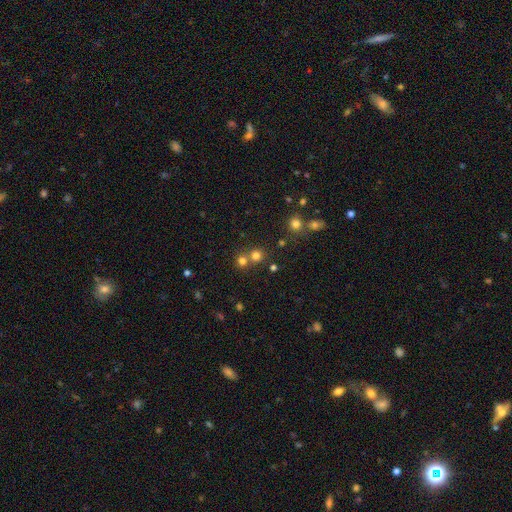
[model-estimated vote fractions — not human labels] Smooth or featured: smooth — 72% (star or artifact — 21%)
How rounded: round — 90% (in between — 9%)
Merging: none — 63% (merger — 29%)